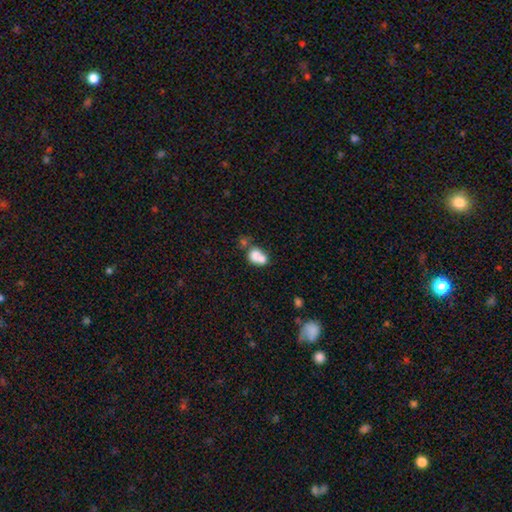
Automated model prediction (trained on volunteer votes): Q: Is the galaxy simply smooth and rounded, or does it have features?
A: smooth — 73%.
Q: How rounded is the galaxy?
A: in between — 54%.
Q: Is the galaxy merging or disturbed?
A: merger — 60%.